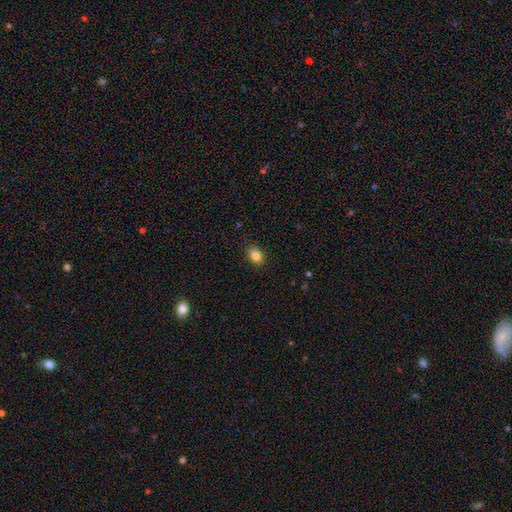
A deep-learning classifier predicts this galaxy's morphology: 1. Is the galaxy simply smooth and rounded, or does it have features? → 85% smooth, 9% star or artifact, 6% featured or disk.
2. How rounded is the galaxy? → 77% in between, 22% round, 1% cigar-shaped.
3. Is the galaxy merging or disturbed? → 87% none, 10% minor disturbance, 2% major disturbance, 1% merger.